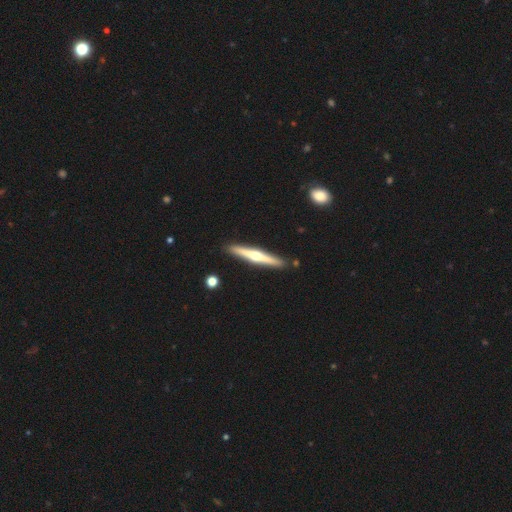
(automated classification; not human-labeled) This is likely a featured or disk galaxy (70%). It is clearly viewed edge-on (98%). Edge-on bulge: clearly rounded (92%). Merging: clearly none (90%).